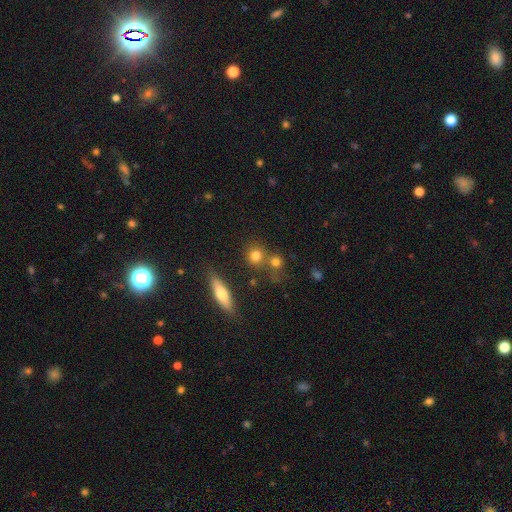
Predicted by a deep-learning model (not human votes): smooth 78%, star or artifact 12%, featured or disk 11%. Down the decision tree: how rounded — round (83%); merging — none (64%).